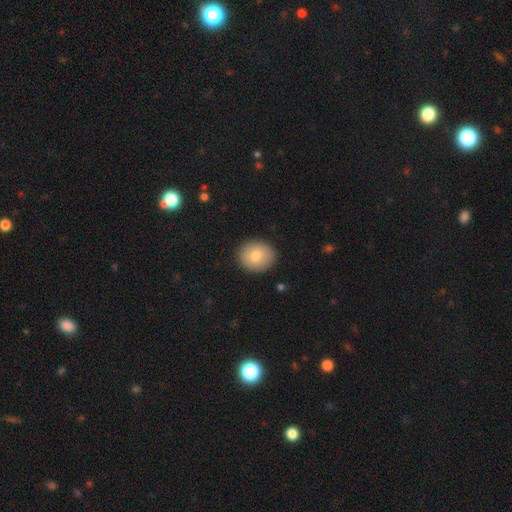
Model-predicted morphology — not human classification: Smooth or featured? Predicted: smooth (p=0.79). How rounded? Predicted: round (p=0.78). Merging? Predicted: none (p=0.90).